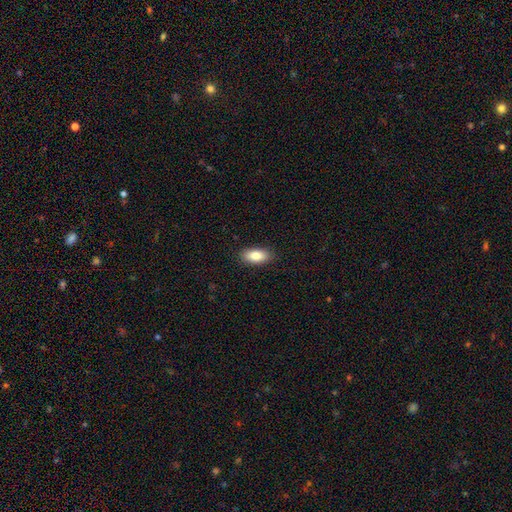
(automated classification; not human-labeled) This appears to be a smooth galaxy with no disk features (84%) that is in between round and cigar-shaped (89%). Merging: none (89%).